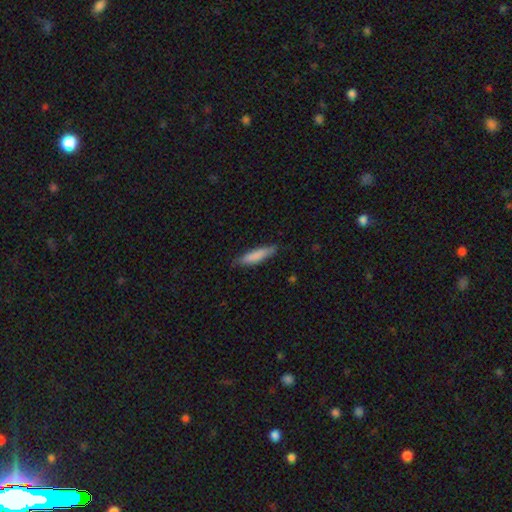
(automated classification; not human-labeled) A smooth galaxy with no disk features (82%) that is cigar-shaped (79%). Merging: none (81%).